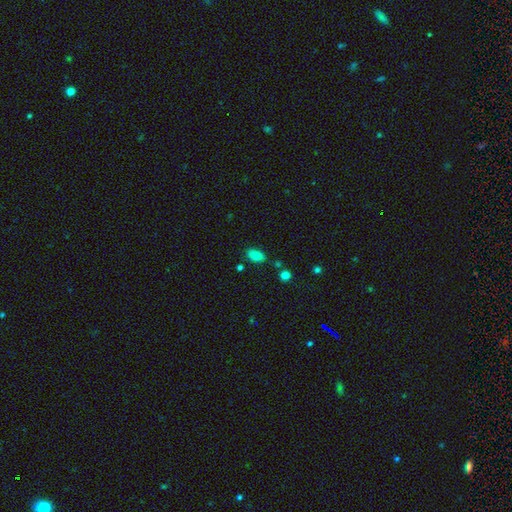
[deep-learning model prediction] Overall: smooth (82%). How rounded: in between (91%). Merging: none (78%).